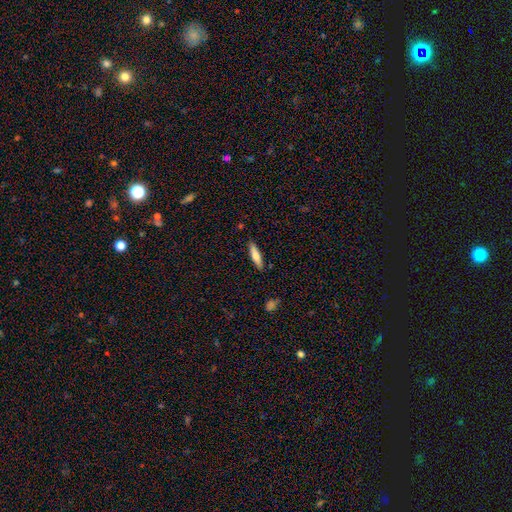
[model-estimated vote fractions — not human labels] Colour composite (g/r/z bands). It shows a smooth galaxy with no disk features (66%) that is cigar-shaped (74%). Merging: none (88%).